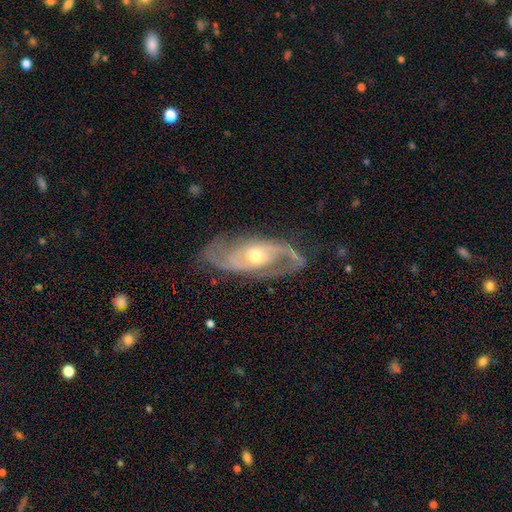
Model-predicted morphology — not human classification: Q: Smooth or featured?
A: featured or disk (90%); runner-up: smooth (6%)
Q: Edge-on disk?
A: no (94%); runner-up: yes (6%)
Q: Bar?
A: no (58%); runner-up: weak (32%)
Q: Spiral arms?
A: yes (97%); runner-up: no (3%)
Q: Spiral winding?
A: medium (49%); runner-up: tight (32%)
Q: Spiral arm count?
A: 2 (81%); runner-up: can't tell (7%)
Q: Bulge size?
A: moderate (64%); runner-up: small (31%)
Q: Merging?
A: none (75%); runner-up: minor disturbance (16%)